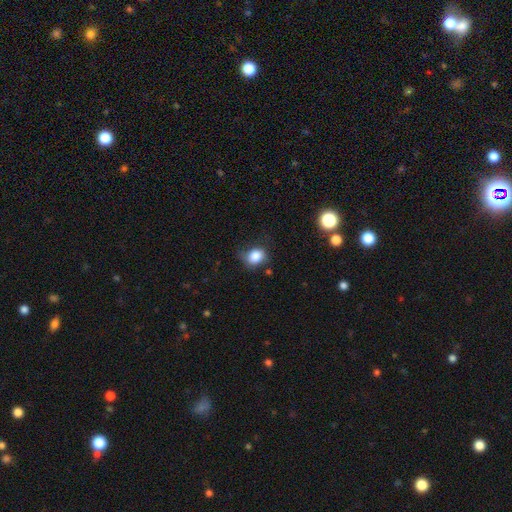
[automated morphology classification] A smooth galaxy with no disk features (83%) that is round (60%). Merging: none (59%).